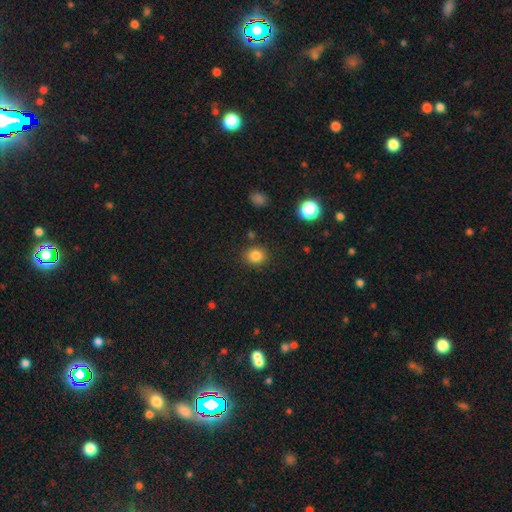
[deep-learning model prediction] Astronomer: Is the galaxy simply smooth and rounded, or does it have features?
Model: smooth — 83%.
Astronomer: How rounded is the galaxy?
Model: round — 77%.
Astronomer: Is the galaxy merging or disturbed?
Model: none — 87%.